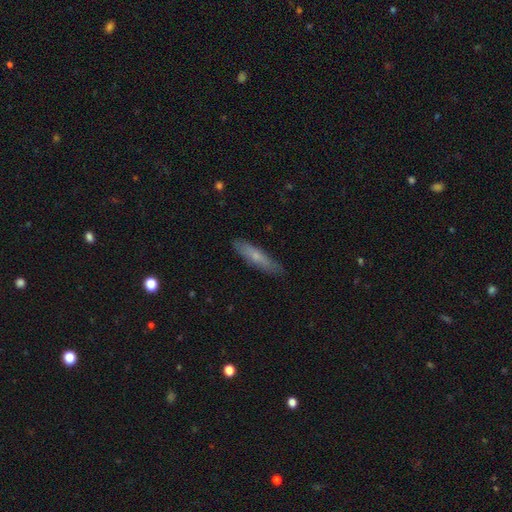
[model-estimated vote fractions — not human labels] A smooth galaxy with no disk features (63%) that is cigar-shaped (82%).

Vote fractions:
- Smooth or featured? smooth: 63% / featured or disk: 31% / star or artifact: 6%
- How rounded? cigar-shaped: 82% / in between: 16% / round: 2%
- Merging? none: 85% / minor disturbance: 12% / major disturbance: 2% / merger: 1%